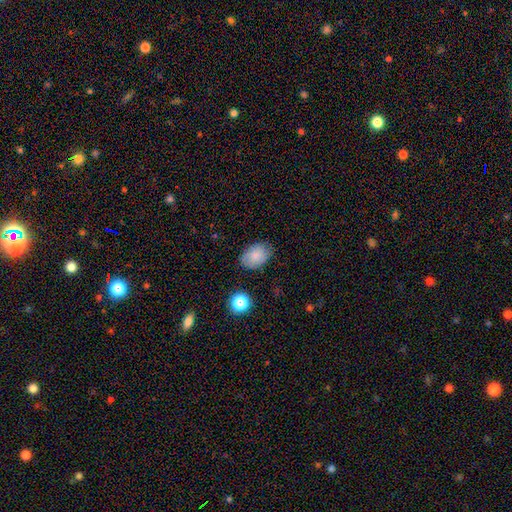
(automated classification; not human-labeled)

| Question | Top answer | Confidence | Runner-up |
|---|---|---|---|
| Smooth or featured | smooth | 82% | star or artifact (9%) |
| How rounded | in between | 80% | round (19%) |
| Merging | none | 78% | minor disturbance (16%) |